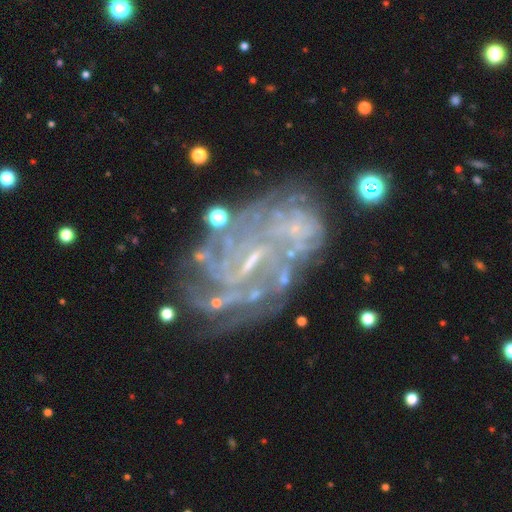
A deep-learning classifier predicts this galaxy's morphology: Smooth or featured? Predicted: featured or disk (p=0.79). Edge-on disk? Predicted: no (p=0.97). Bar? Predicted: no (p=0.48). Spiral arms? Predicted: yes (p=0.76). Spiral winding? Predicted: tight (p=0.48). Spiral arm count? Predicted: can't tell (p=0.45). Bulge size? Predicted: small (p=0.62). Merging? Predicted: none (p=0.60).